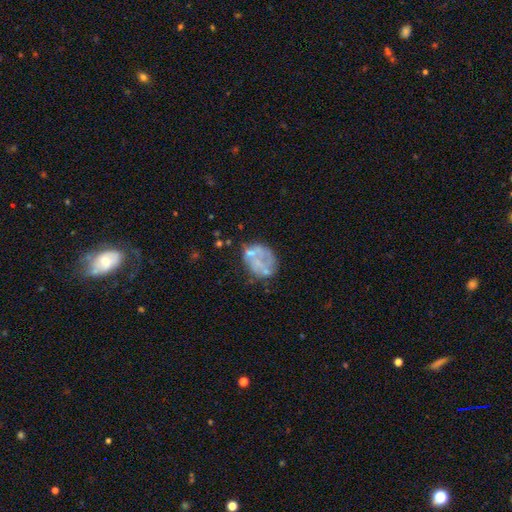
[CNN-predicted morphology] This appears to be a featured or disk galaxy (56%) with no bar (89%), no spiral arms (85%) and no central bulge (70%). Merging: none (47%).